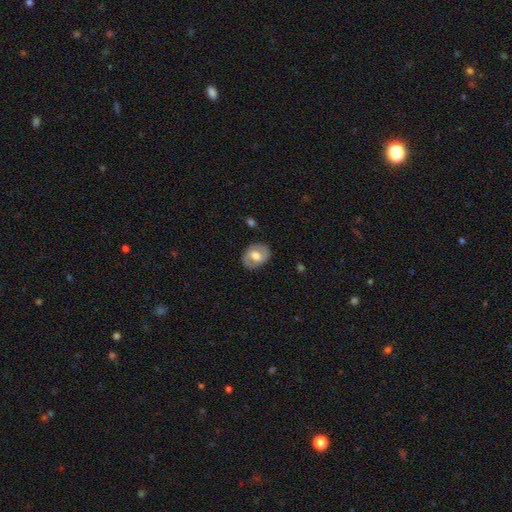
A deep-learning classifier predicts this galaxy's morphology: smooth_or_featured: featured or disk (p=0.53) [alt: smooth p=0.40]
disk_edge_on: no (p=0.95) [alt: yes p=0.05]
bar: weak (p=0.46) [alt: no p=0.34]
has_spiral_arms: yes (p=0.66) [alt: no p=0.34]
bulge_size: moderate (p=0.59) [alt: large p=0.28]
merging: none (p=0.80) [alt: minor disturbance p=0.14]